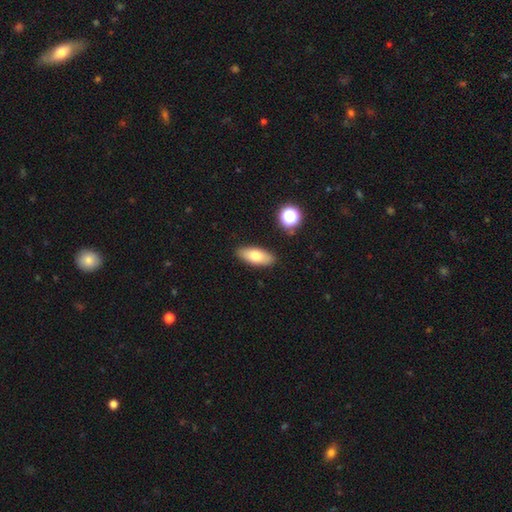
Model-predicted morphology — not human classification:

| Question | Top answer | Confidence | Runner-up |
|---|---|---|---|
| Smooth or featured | smooth | 73% | featured or disk (19%) |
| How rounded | in between | 79% | cigar-shaped (17%) |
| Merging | none | 88% | minor disturbance (8%) |